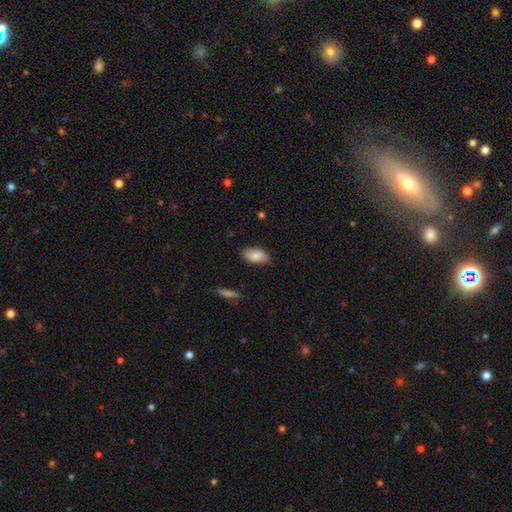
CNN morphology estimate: Smooth or featured: smooth — 84% (featured or disk — 9%)
How rounded: in between — 94% (cigar-shaped — 3%)
Merging: none — 79% (minor disturbance — 17%)